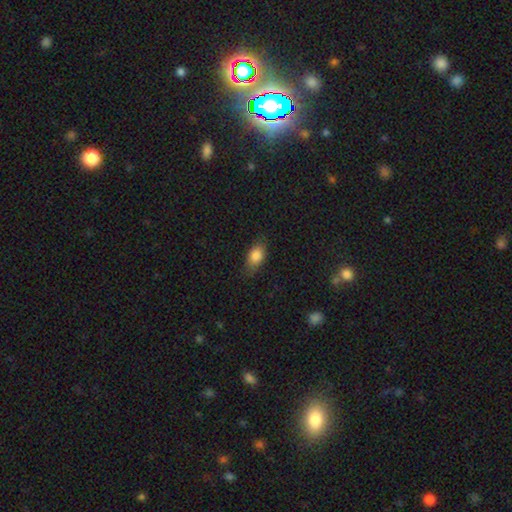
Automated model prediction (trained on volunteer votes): Q: Smooth or featured?
A: smooth (83%); runner-up: star or artifact (8%)
Q: How rounded?
A: in between (84%); runner-up: round (11%)
Q: Merging?
A: none (79%); runner-up: minor disturbance (16%)